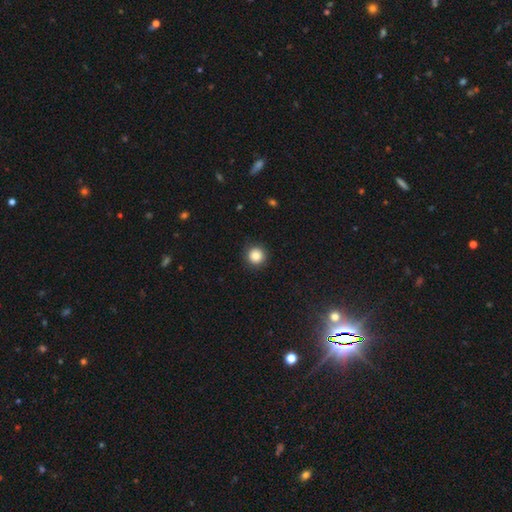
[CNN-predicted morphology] Smooth or featured? Predicted: smooth (p=0.87). How rounded? Predicted: round (p=0.95). Merging? Predicted: none (p=0.91).